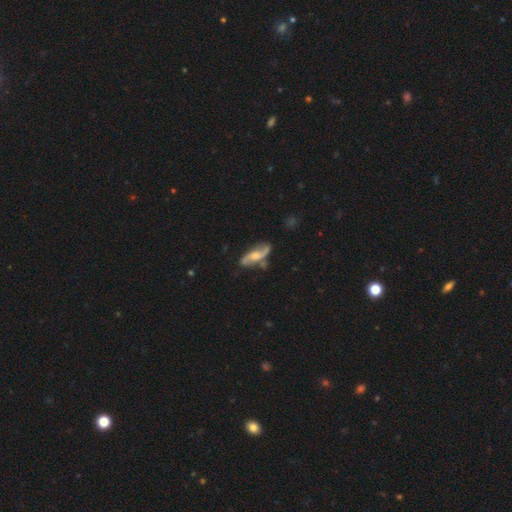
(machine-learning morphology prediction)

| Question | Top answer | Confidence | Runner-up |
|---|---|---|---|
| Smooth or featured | featured or disk | 72% | smooth (22%) |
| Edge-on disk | no | 88% | yes (12%) |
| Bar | no | 57% | weak (33%) |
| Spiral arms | yes | 92% | no (8%) |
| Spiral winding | loose | 67% | medium (24%) |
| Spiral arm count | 2 | 90% | can't tell (5%) |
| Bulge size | moderate | 53% | small (35%) |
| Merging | none | 67% | minor disturbance (20%) |